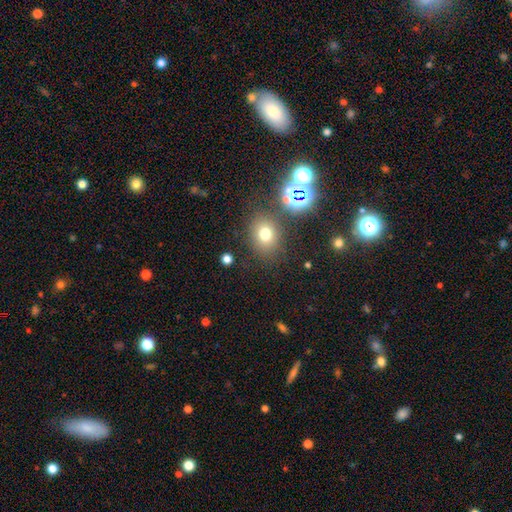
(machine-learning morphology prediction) The model was most divided on "smooth or featured": smooth: 56%, star or artifact: 35%, featured or disk: 9%. More confident: merging — none (82%); how rounded — round (63%).